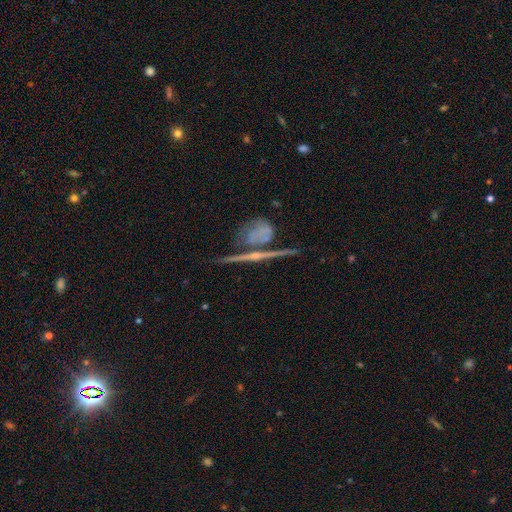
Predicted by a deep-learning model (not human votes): Smooth or featured?
  - featured or disk: 68% *
  - smooth: 18%
  - star or artifact: 14%
Edge-on disk?
  - yes: 87% *
  - no: 13%
Edge-on bulge?
  - rounded: 55% *
  - none: 34%
  - boxy: 11%
Merging?
  - none: 62% *
  - merger: 19%
  - minor disturbance: 12%
  - major disturbance: 6%